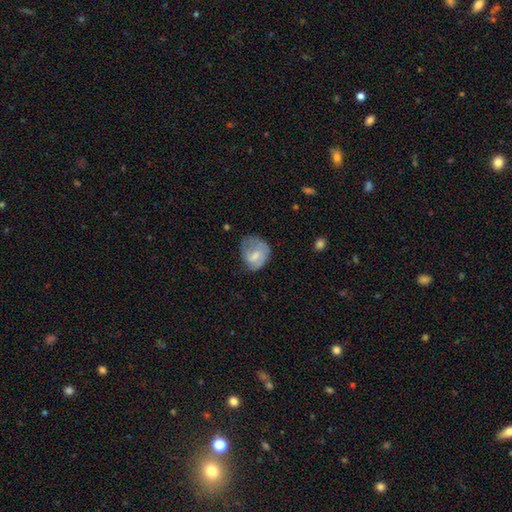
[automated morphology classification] This appears to be a smooth galaxy with no disk features (63%) that is round (55%). Merging: none (41%).